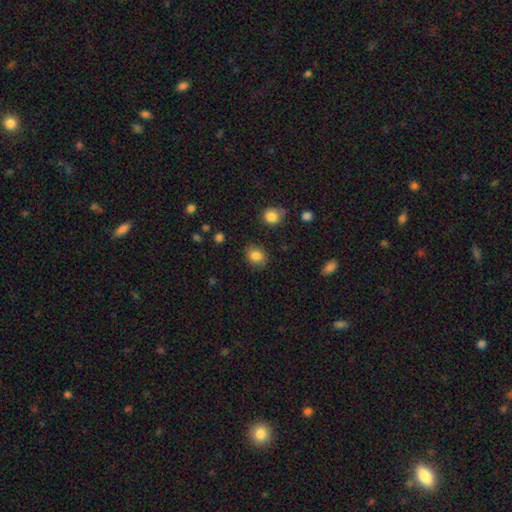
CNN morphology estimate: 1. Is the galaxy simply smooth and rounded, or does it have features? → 85% smooth, 10% star or artifact, 6% featured or disk.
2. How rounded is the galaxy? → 60% round, 39% in between, 1% cigar-shaped.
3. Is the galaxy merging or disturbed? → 85% none, 10% minor disturbance, 3% major disturbance, 2% merger.